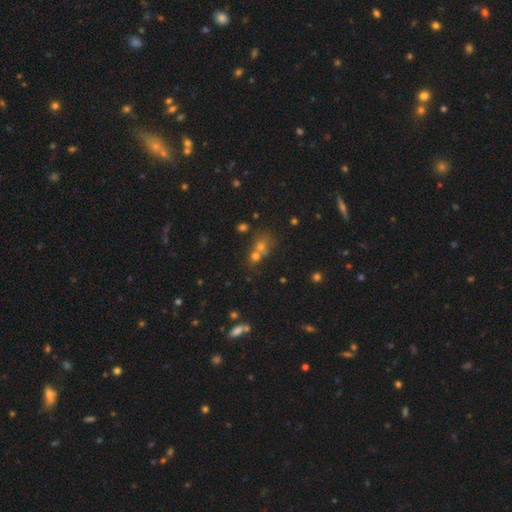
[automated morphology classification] The model was most divided on "merging": merger: 54%, none: 34%, minor disturbance: 7%, major disturbance: 5%. More confident: how rounded — round (72%); smooth or featured — smooth (62%).